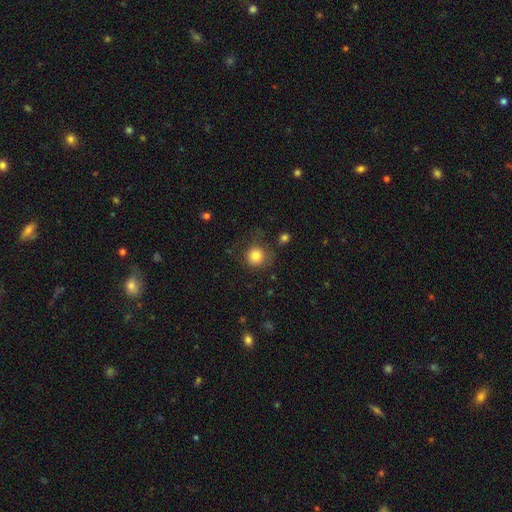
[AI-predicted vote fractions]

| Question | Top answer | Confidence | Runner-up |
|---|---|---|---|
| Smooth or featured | smooth | 82% | star or artifact (11%) |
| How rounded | round | 91% | in between (8%) |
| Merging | none | 72% | minor disturbance (17%) |